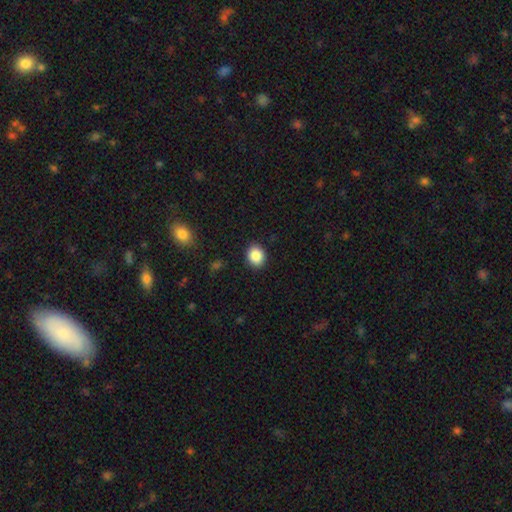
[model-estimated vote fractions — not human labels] Smooth or featured? Predicted: smooth (p=0.87). How rounded? Predicted: round (p=0.59). Merging? Predicted: none (p=0.90).